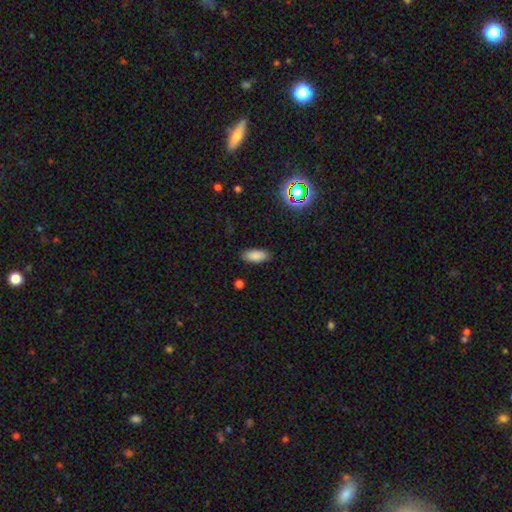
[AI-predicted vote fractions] A smooth galaxy with no disk features (85%) that is in between round and cigar-shaped (86%). Merging: none (88%).